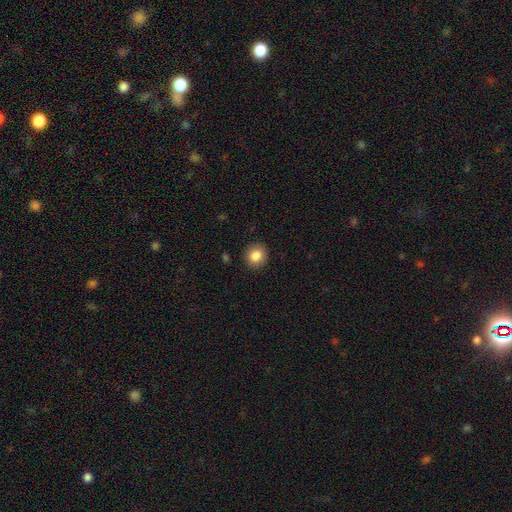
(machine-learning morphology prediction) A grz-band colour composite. It shows a smooth galaxy with no disk features (85%) that is round (85%). Merging: none (91%).